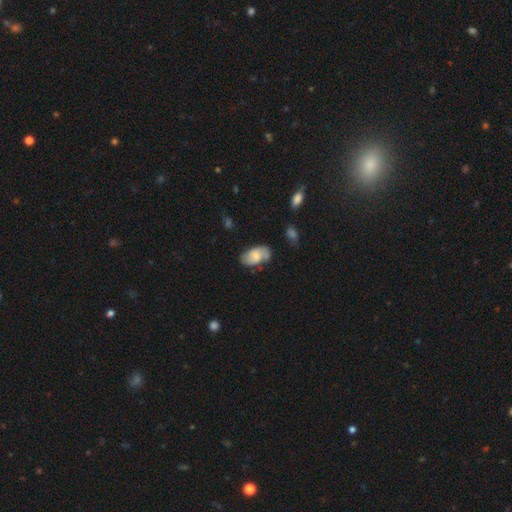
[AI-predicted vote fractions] Smooth or featured? Predicted: smooth (p=0.55). How rounded? Predicted: in between (p=0.93). Merging? Predicted: none (p=0.64).